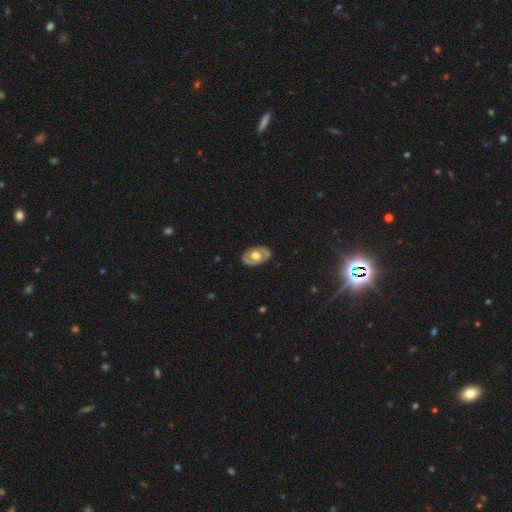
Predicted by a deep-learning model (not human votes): The model was most divided on "smooth or featured": featured or disk: 55%, smooth: 39%, star or artifact: 5%. More confident: edge-on disk — no (90%); merging — none (82%).